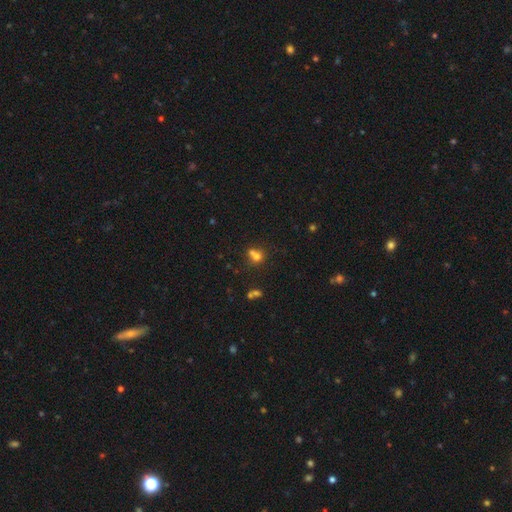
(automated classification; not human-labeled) A smooth galaxy with no disk features (66%) that is round (72%).

Vote fractions:
- Smooth or featured? smooth: 66% / star or artifact: 19% / featured or disk: 15%
- How rounded? round: 72% / in between: 26% / cigar-shaped: 2%
- Merging? merger: 49% / none: 37% / minor disturbance: 9% / major disturbance: 5%